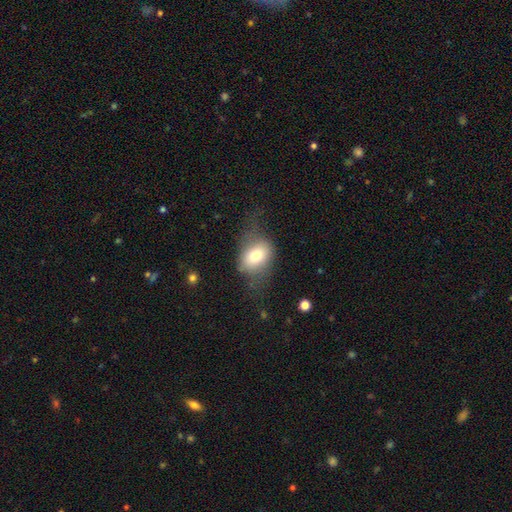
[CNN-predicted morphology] A smooth galaxy with no disk features (72%) that is in between round and cigar-shaped (67%). Merging: none (48%).